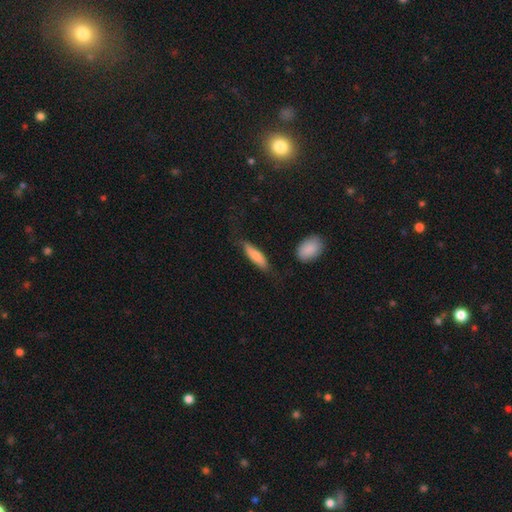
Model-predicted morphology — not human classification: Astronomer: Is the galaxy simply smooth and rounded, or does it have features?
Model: smooth — 76%.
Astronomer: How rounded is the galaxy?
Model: cigar-shaped — 59% (runner-up: in between, 38%).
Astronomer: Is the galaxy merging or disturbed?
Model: none — 67%.